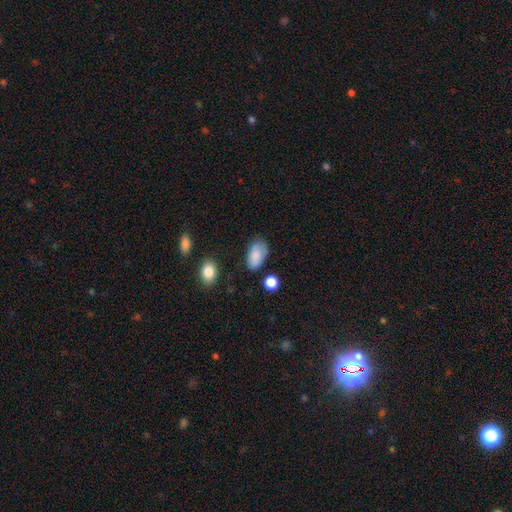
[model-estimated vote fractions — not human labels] Smooth or featured: smooth — 84% (star or artifact — 8%)
How rounded: in between — 93% (round — 5%)
Merging: none — 64% (minor disturbance — 25%)